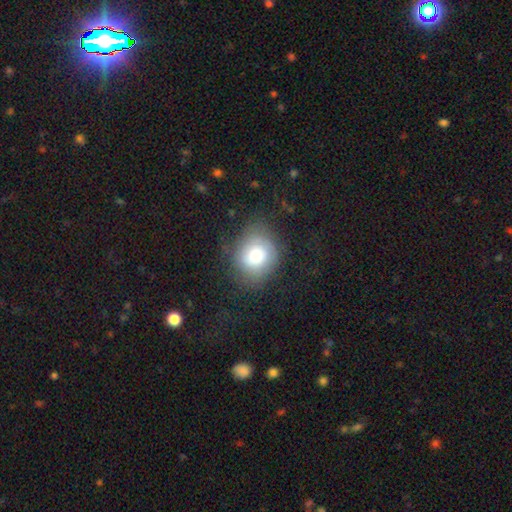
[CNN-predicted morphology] Smooth or featured?
  - smooth: 69% *
  - featured or disk: 22%
  - star or artifact: 9%
How rounded?
  - round: 65% *
  - in between: 34%
  - cigar-shaped: 1%
Merging?
  - none: 66% *
  - minor disturbance: 21%
  - major disturbance: 12%
  - merger: 1%